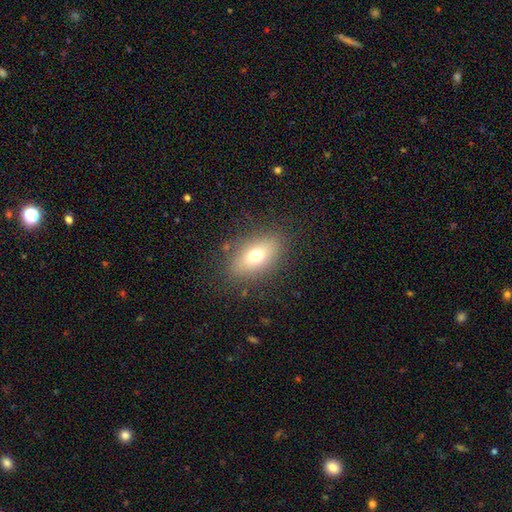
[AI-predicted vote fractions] A smooth galaxy with no disk features (70%) that is in between round and cigar-shaped (83%). Merging: none (83%).